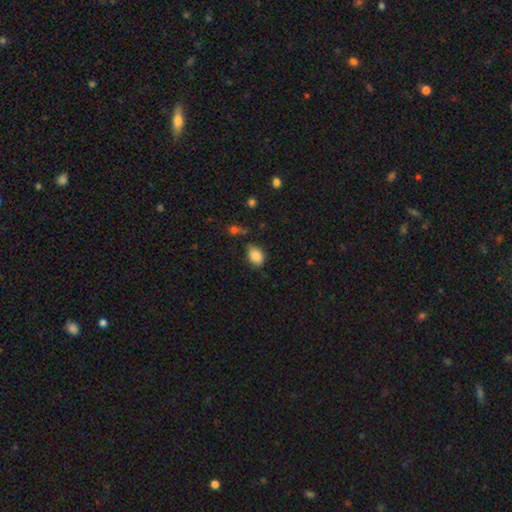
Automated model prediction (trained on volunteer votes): This is clearly a smooth galaxy (85%). How rounded: likely in between (76%). Merging: likely none (70%).